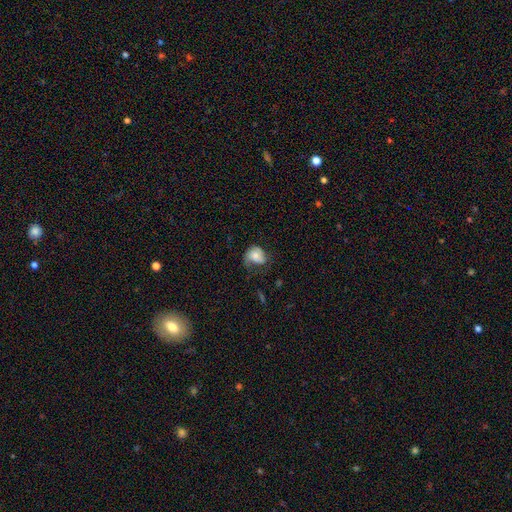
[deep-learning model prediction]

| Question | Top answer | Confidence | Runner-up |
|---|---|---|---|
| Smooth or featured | smooth | 57% | featured or disk (35%) |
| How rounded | in between | 50% | round (49%) |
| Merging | none | 35% | major disturbance (32%) |